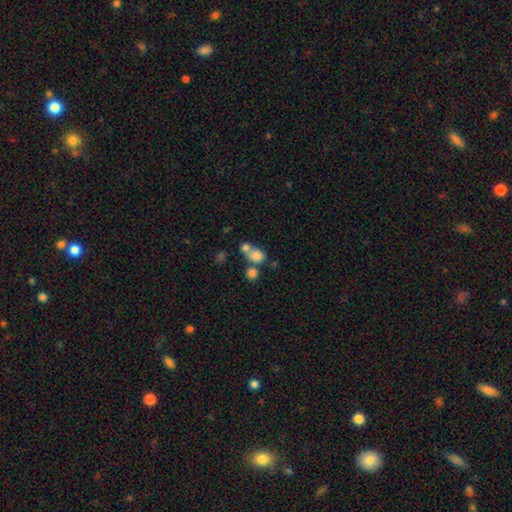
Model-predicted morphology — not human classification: smooth_or_featured: smooth (p=0.78) [alt: star or artifact p=0.11]
how_rounded: round (p=0.54) [alt: in between p=0.44]
merging: merger (p=0.53) [alt: none p=0.33]